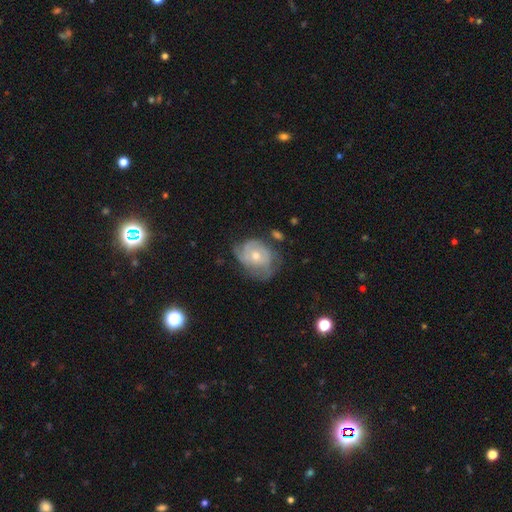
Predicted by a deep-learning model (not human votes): Smooth or featured? Predicted: featured or disk (p=0.70). Edge-on disk? Predicted: no (p=0.97). Bar? Predicted: no (p=0.79). Spiral arms? Predicted: yes (p=0.84). Spiral winding? Predicted: tight (p=0.58). Spiral arm count? Predicted: can't tell (p=0.41). Bulge size? Predicted: moderate (p=0.54). Merging? Predicted: none (p=0.56).